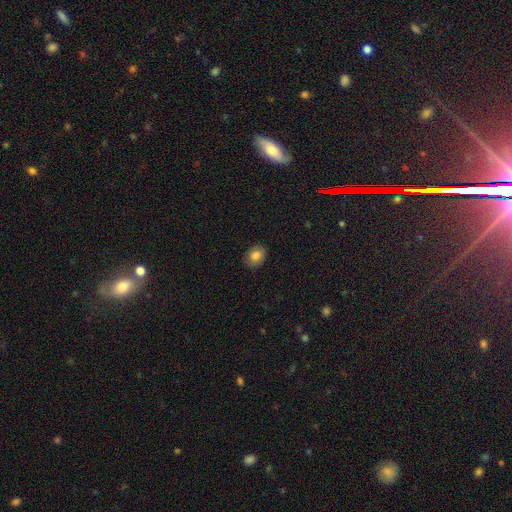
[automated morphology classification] A smooth galaxy with no disk features (83%) that is in between round and cigar-shaped (54%). Merging: none (86%).